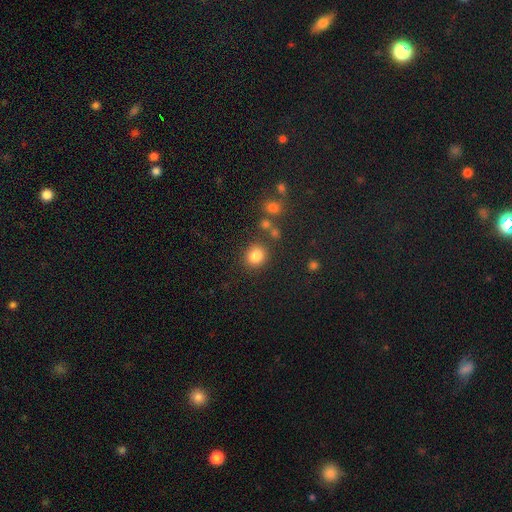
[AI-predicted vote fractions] smooth 84%, star or artifact 11%, featured or disk 5%. Down the decision tree: how rounded — round (79%); merging — none (82%).